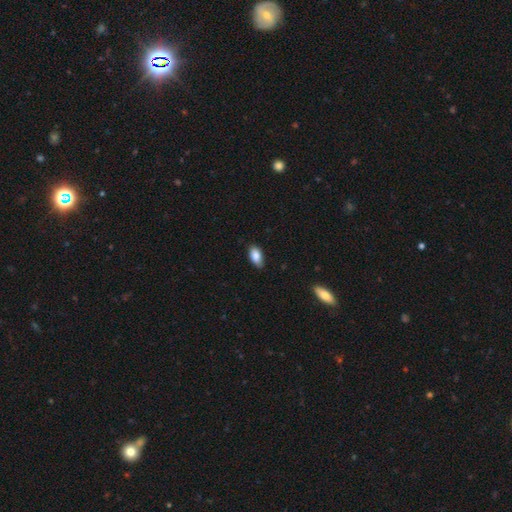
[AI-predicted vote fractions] smooth 87%, star or artifact 7%, featured or disk 6%. Down the decision tree: how rounded — in between (93%); merging — none (79%).